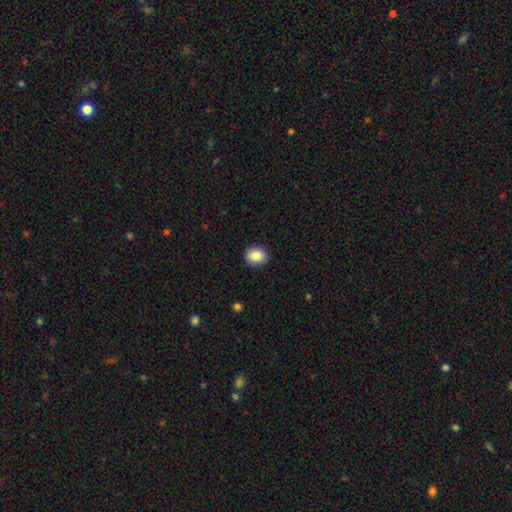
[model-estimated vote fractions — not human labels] Smooth or featured? smooth (86%)
How rounded? round (71%)
Merging? none (90%)